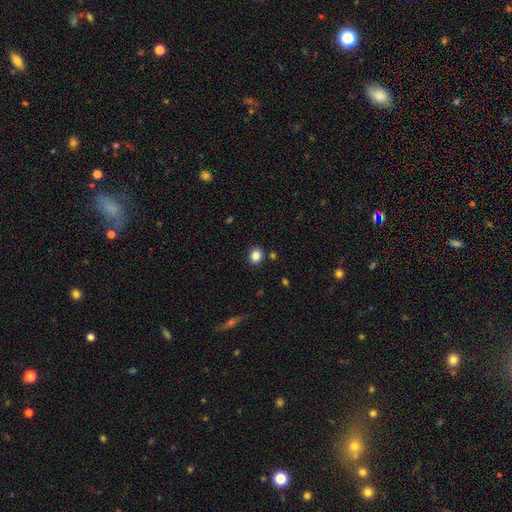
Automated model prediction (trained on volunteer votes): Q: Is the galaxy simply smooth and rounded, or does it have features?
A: smooth — 84%.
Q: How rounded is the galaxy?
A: round — 76%.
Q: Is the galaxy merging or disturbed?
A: none — 89%.